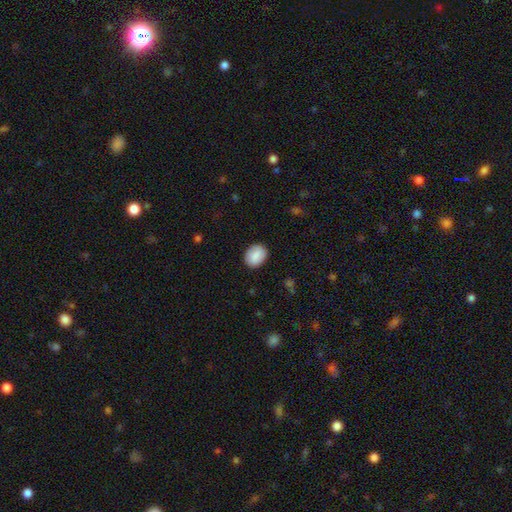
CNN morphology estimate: Overall: smooth (88%). How rounded: in between (54%; round 45%). Merging: none (87%).